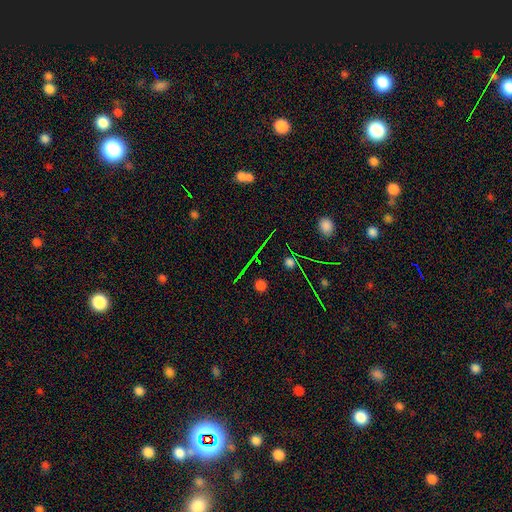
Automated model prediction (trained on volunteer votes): The model was most divided on "smooth or featured": star or artifact: 65%, smooth: 18%, featured or disk: 16%.